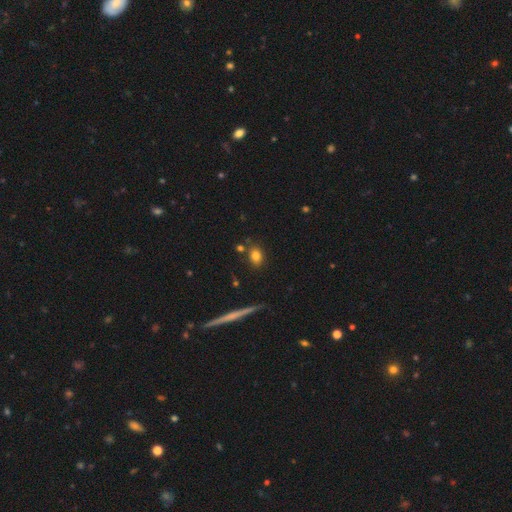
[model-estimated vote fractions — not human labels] smooth 80%, star or artifact 11%, featured or disk 10%. Down the decision tree: how rounded — in between (62%); merging — none (77%).